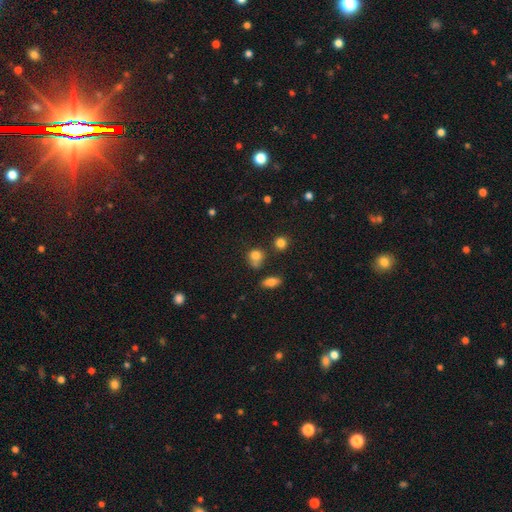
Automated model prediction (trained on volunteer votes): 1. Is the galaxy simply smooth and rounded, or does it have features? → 80% smooth, 12% star or artifact, 8% featured or disk.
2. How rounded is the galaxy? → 68% round, 30% in between, 2% cigar-shaped.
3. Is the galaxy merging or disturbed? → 55% none, 22% minor disturbance, 14% merger, 8% major disturbance.